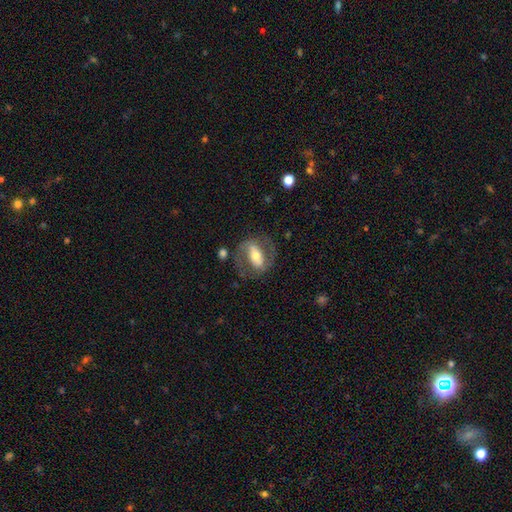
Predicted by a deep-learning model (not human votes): A featured or disk galaxy (69%) with a strong bar (52%), spiral arms (73%) and a moderate central bulge (59%). Merging: none (69%).